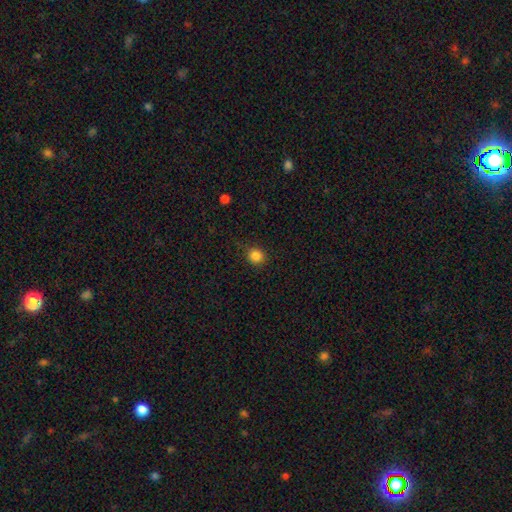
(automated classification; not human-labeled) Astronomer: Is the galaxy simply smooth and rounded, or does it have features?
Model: smooth — 85%.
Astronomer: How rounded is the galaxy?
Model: round — 88%.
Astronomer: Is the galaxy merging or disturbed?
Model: none — 87%.